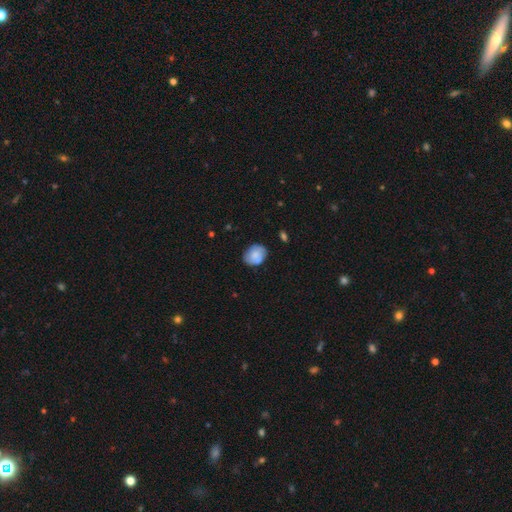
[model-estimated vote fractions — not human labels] smooth_or_featured: smooth (p=0.70) [alt: featured or disk p=0.23]
how_rounded: in between (p=0.50) [alt: round p=0.49]
merging: none (p=0.75) [alt: minor disturbance p=0.20]